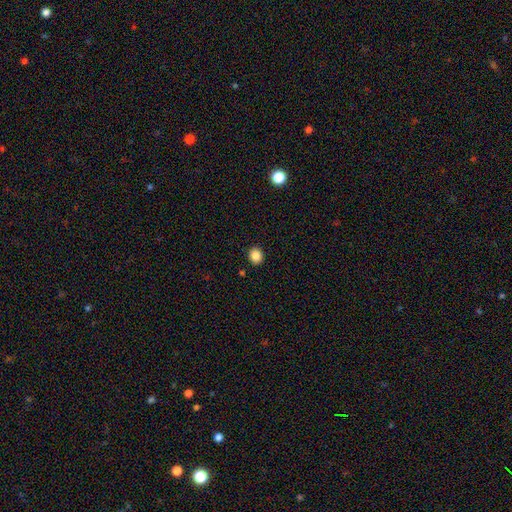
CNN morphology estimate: This appears to be a smooth galaxy with no disk features (86%) that is round (77%). Merging: none (91%).